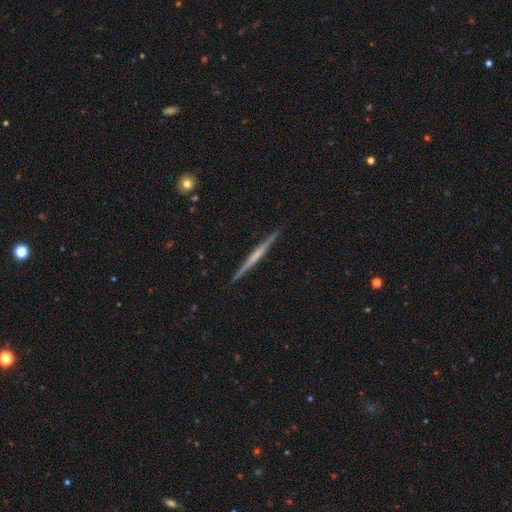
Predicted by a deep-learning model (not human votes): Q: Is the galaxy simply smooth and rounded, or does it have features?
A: featured or disk — 70%.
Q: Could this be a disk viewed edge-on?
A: yes — 98%.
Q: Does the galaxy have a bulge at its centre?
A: none — 58%.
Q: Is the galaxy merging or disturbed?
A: none — 92%.